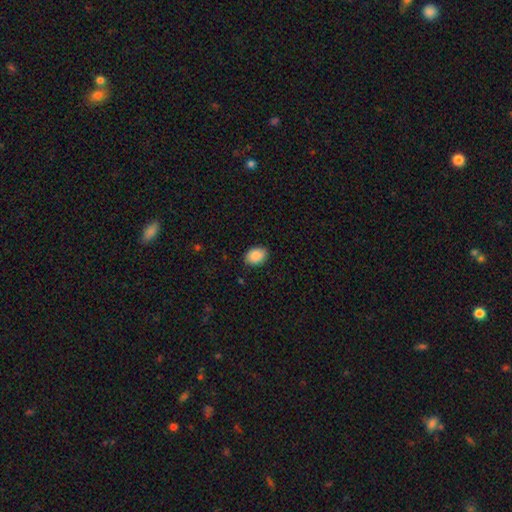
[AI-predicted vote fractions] Smooth or featured? smooth (90%)
How rounded? in between (78%)
Merging? none (86%)